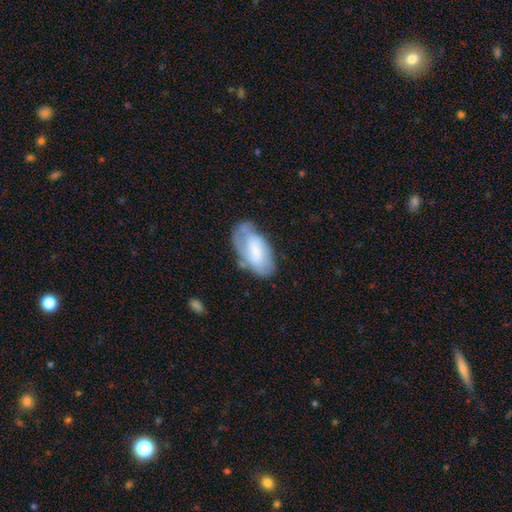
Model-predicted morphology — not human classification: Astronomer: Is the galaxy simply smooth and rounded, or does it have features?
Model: smooth — 52% (runner-up: featured or disk, 41%).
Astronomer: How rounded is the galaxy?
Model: in between — 94%.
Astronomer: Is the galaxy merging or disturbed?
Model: none — 48% (runner-up: minor disturbance, 31%).